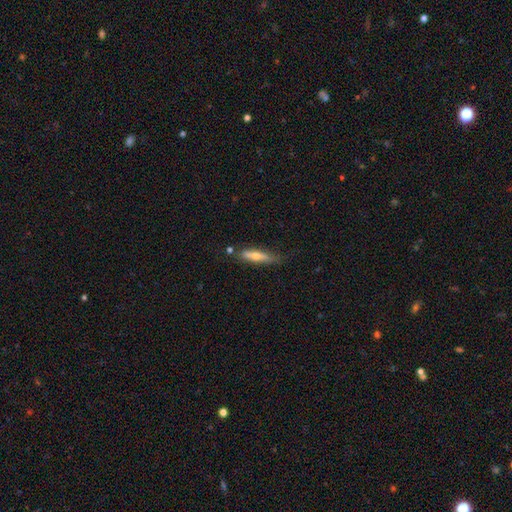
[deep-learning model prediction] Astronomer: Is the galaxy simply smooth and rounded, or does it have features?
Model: featured or disk — 48% (runner-up: smooth, 45%).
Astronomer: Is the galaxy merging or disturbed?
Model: none — 67%.